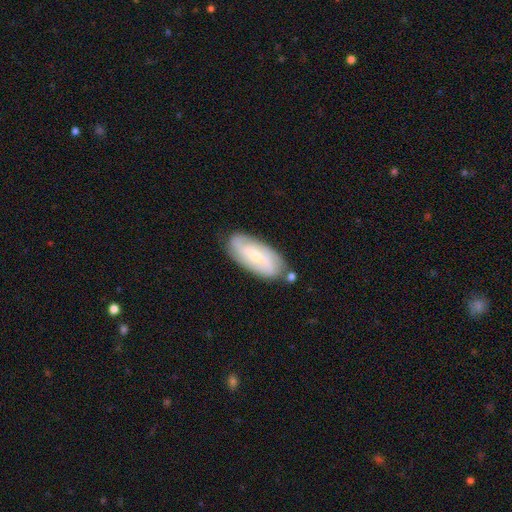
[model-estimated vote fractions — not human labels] Smooth or featured? featured or disk (61%)
Edge-on disk? no (91%)
Bar? weak (44%)
Spiral arms? yes (88%)
Bulge size? small (63%)
Merging? none (79%)